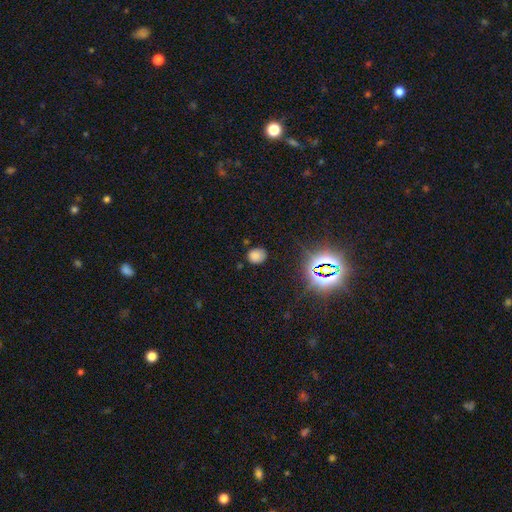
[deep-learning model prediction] A smooth galaxy with no disk features (73%) that is round (62%). Merging: none (79%).